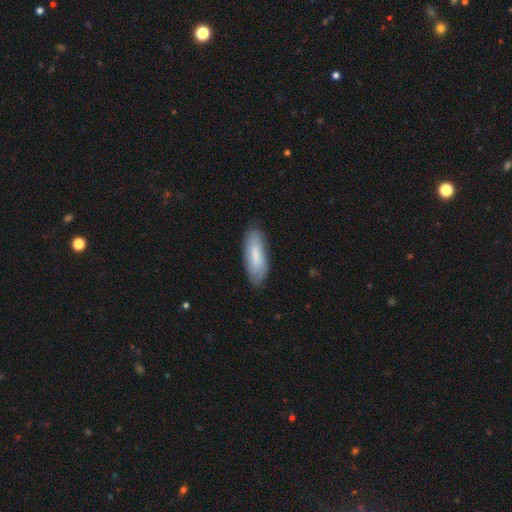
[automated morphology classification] smooth_or_featured: smooth (p=0.74) [alt: featured or disk p=0.20]
how_rounded: in between (p=0.61) [alt: cigar-shaped p=0.37]
merging: none (p=0.81) [alt: minor disturbance p=0.15]